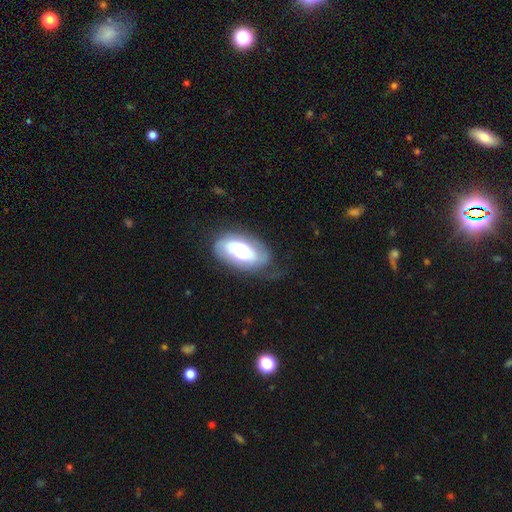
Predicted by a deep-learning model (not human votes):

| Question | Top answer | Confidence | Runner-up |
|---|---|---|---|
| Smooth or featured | featured or disk | 60% | smooth (32%) |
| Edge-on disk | no | 92% | yes (8%) |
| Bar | no | 50% | weak (32%) |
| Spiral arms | yes | 81% | no (19%) |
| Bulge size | moderate | 42% | large (37%) |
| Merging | none | 65% | minor disturbance (23%) |